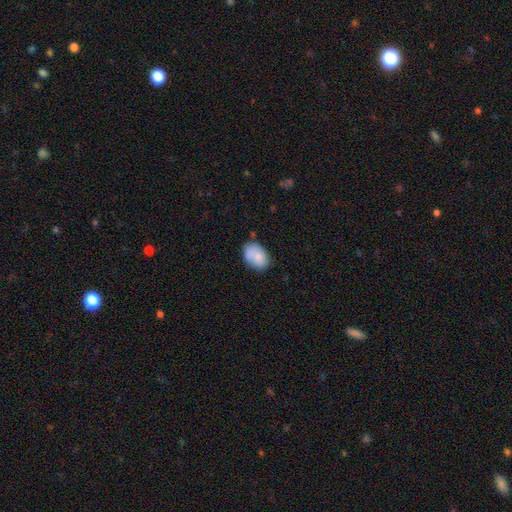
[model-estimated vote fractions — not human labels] Smooth or featured: smooth — 81% (featured or disk — 12%)
How rounded: in between — 81% (round — 17%)
Merging: none — 62% (minor disturbance — 23%)